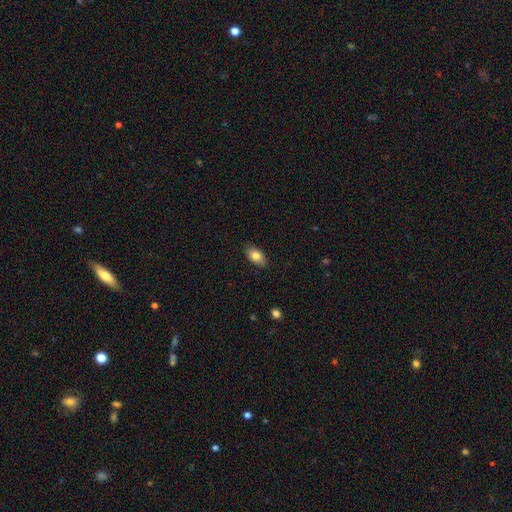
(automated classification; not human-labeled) Smooth or featured?
  - smooth: 80% *
  - featured or disk: 12%
  - star or artifact: 7%
How rounded?
  - in between: 91% *
  - round: 7%
  - cigar-shaped: 2%
Merging?
  - none: 86% *
  - minor disturbance: 11%
  - major disturbance: 2%
  - merger: 1%